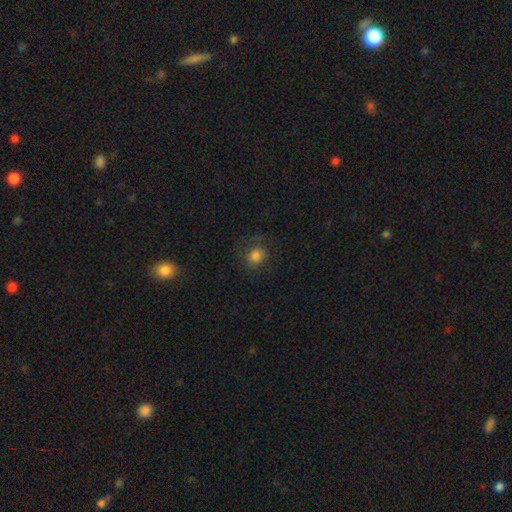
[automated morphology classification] A smooth galaxy with no disk features (77%) that is round (70%). Merging: none (72%).